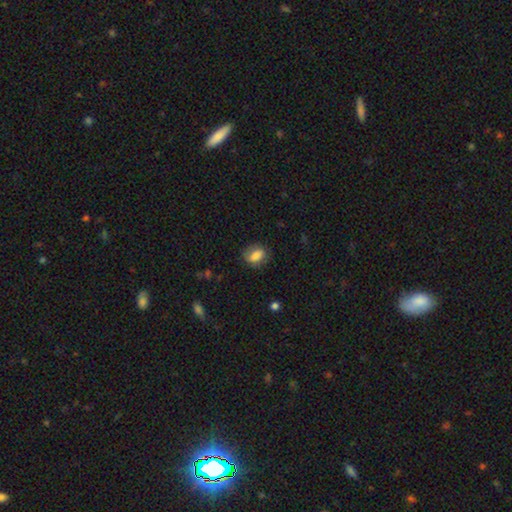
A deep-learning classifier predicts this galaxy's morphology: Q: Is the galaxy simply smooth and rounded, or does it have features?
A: smooth — 78%.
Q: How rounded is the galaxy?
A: in between — 67%.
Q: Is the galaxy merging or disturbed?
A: none — 73%.